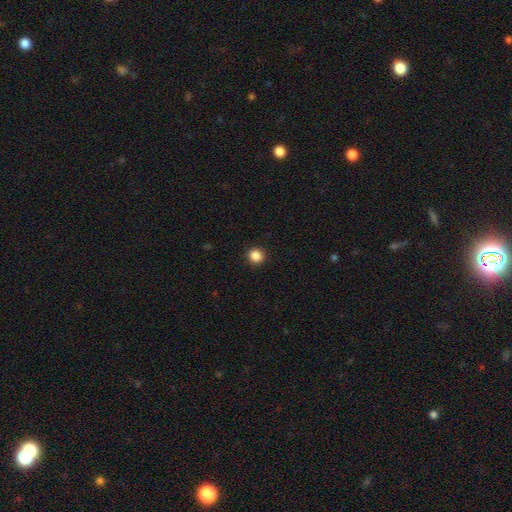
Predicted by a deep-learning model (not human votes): smooth-or-featured: smooth: 87% | star or artifact: 11% | featured or disk: 3%
  how-rounded: round: 93% | in between: 6% | cigar-shaped: 1%
  merging: none: 93% | minor disturbance: 5% | major disturbance: 2% | merger: 1%